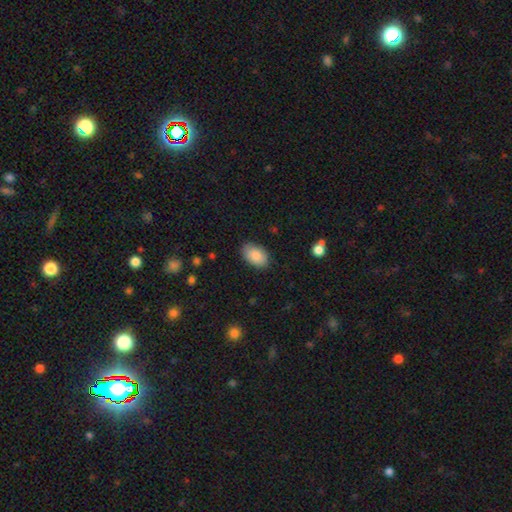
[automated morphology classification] smooth_or_featured: smooth (p=0.88) [alt: star or artifact p=0.06]
how_rounded: in between (p=0.91) [alt: round p=0.07]
merging: none (p=0.85) [alt: minor disturbance p=0.12]